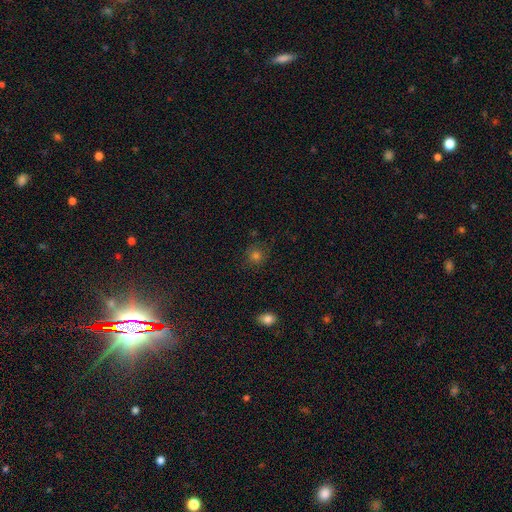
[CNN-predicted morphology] smooth-or-featured: smooth: 73% | star or artifact: 20% | featured or disk: 7%
  how-rounded: round: 90% | in between: 9% | cigar-shaped: 1%
  merging: none: 83% | minor disturbance: 12% | major disturbance: 3% | merger: 2%